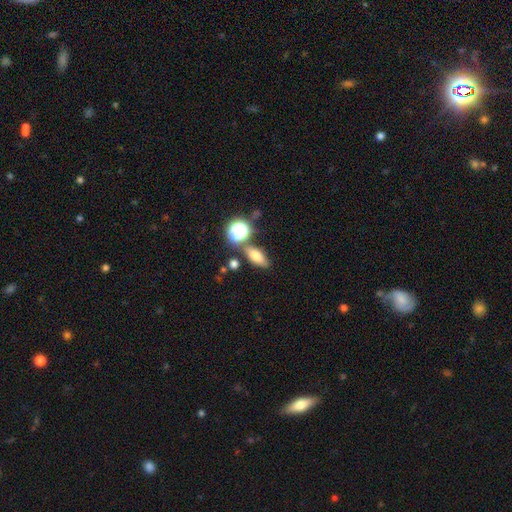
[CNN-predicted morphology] Overall: smooth (70%). How rounded: in between (65%). Merging: none (74%).